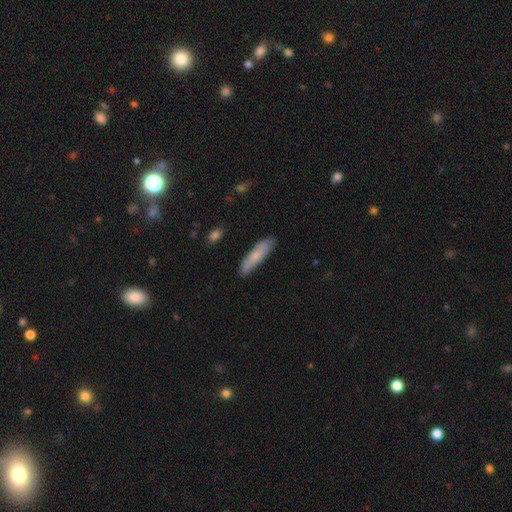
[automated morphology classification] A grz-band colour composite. It shows a smooth galaxy with no disk features (72%) that is cigar-shaped (75%). Merging: none (82%).